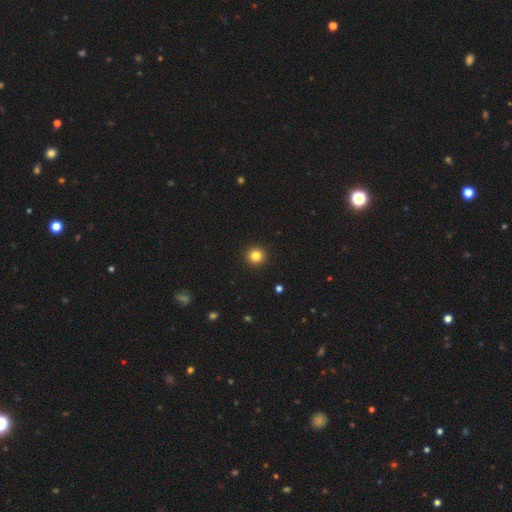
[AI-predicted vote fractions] Smooth or featured? Predicted: smooth (p=0.83). How rounded? Predicted: round (p=0.95). Merging? Predicted: none (p=0.94).